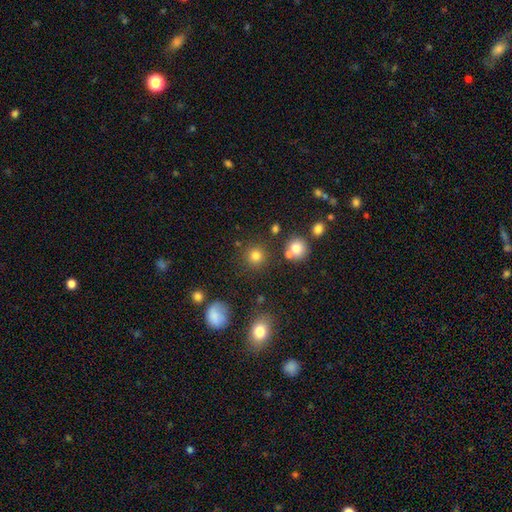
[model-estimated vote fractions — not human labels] smooth-or-featured: smooth: 79% | star or artifact: 15% | featured or disk: 6%
  how-rounded: round: 93% | in between: 6% | cigar-shaped: 1%
  merging: none: 85% | minor disturbance: 7% | merger: 4% | major disturbance: 3%